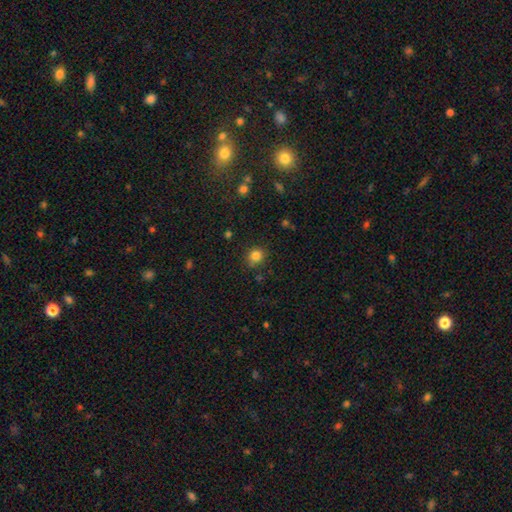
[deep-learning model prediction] smooth-or-featured: smooth: 82% | star or artifact: 13% | featured or disk: 5%
  how-rounded: round: 85% | in between: 14% | cigar-shaped: 1%
  merging: none: 83% | minor disturbance: 12% | major disturbance: 3% | merger: 3%